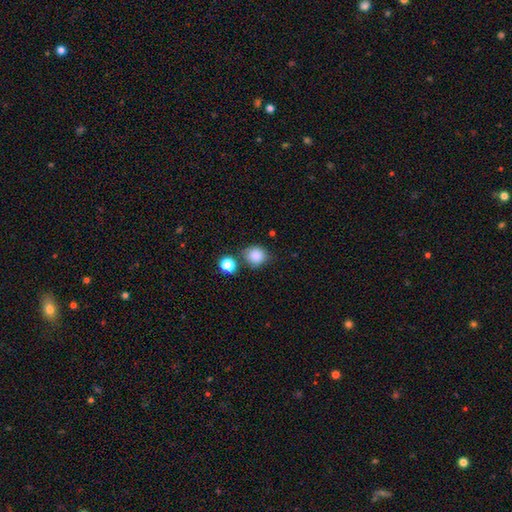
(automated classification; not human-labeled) smooth-or-featured: smooth: 85% | star or artifact: 10% | featured or disk: 5%
  how-rounded: round: 82% | in between: 17% | cigar-shaped: 1%
  merging: none: 67% | minor disturbance: 16% | merger: 12% | major disturbance: 5%